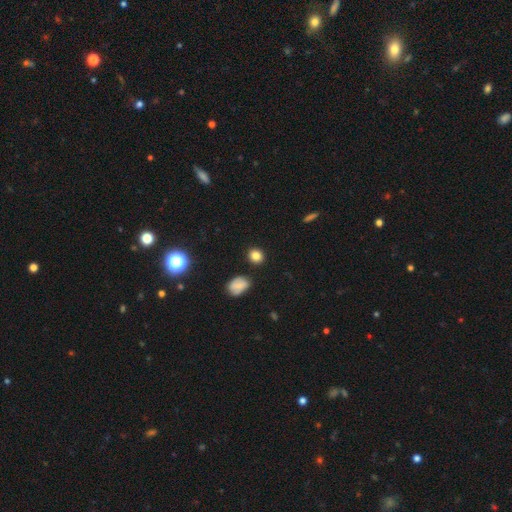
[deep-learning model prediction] smooth 82%, star or artifact 13%, featured or disk 6%. Down the decision tree: how rounded — round (71%); merging — none (87%).